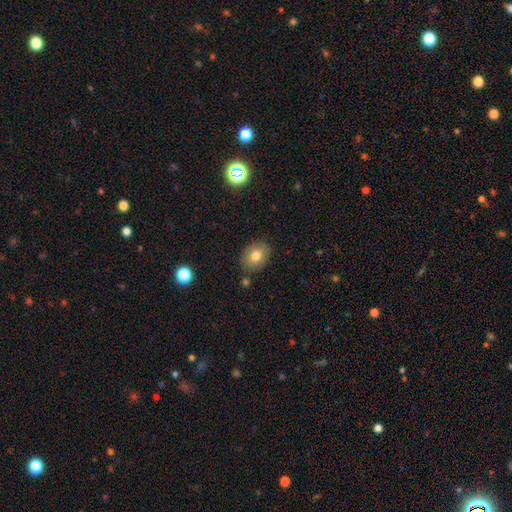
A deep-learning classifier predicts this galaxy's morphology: A smooth galaxy with no disk features (76%) that is in between round and cigar-shaped (69%). Merging: none (81%).